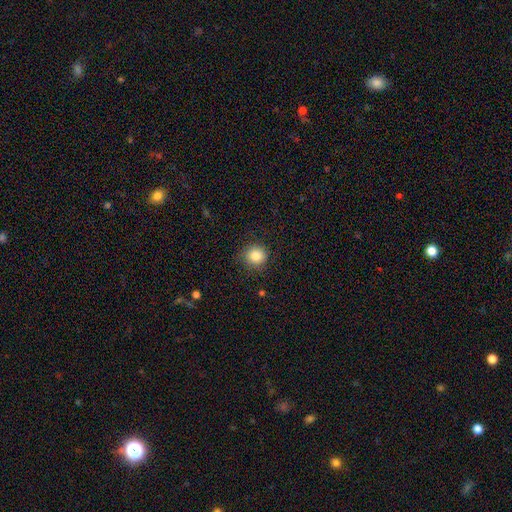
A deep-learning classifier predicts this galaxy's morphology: Smooth or featured? smooth (84%)
How rounded? round (91%)
Merging? none (86%)